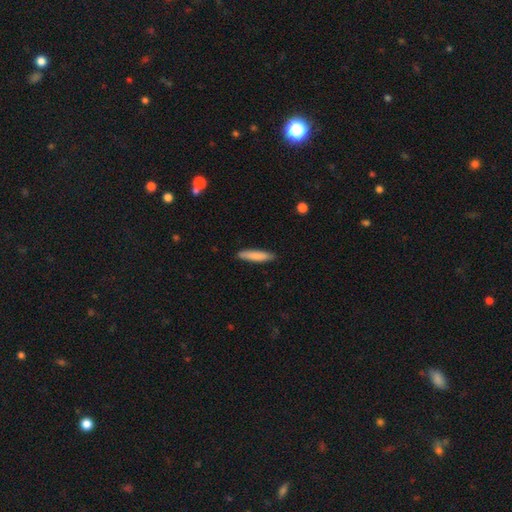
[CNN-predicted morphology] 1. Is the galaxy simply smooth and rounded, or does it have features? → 83% smooth, 11% featured or disk, 6% star or artifact.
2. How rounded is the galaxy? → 84% cigar-shaped, 15% in between, 1% round.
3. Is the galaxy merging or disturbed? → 87% none, 10% minor disturbance, 2% major disturbance, 1% merger.